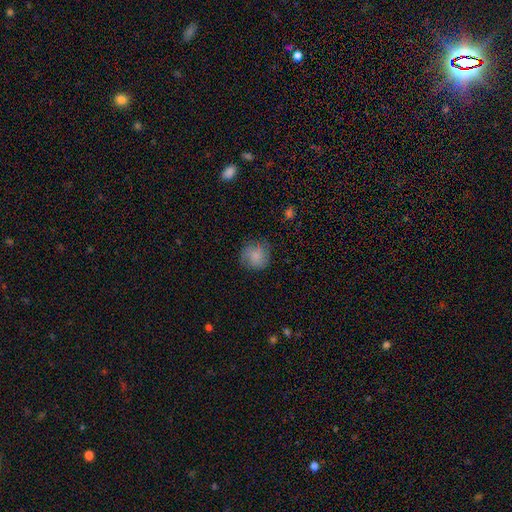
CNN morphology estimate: A smooth galaxy with no disk features (76%) that is round (89%).

Vote fractions:
- Smooth or featured? smooth: 76% / featured or disk: 16% / star or artifact: 8%
- How rounded? round: 89% / in between: 10% / cigar-shaped: 1%
- Merging? none: 74% / minor disturbance: 19% / major disturbance: 6% / merger: 1%